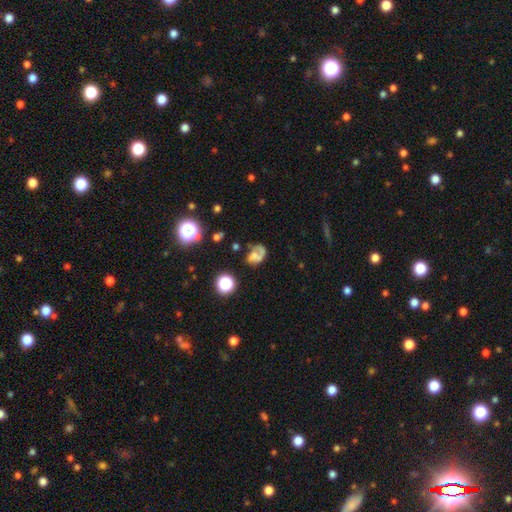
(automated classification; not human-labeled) This appears to be a featured or disk galaxy (42%). Merging: none (34%).